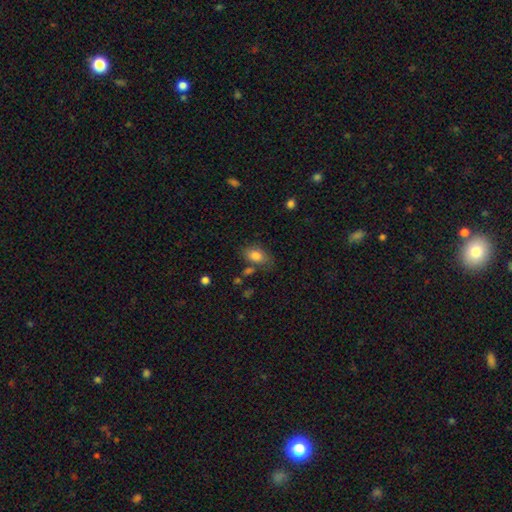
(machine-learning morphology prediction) A smooth galaxy with no disk features (82%) that is in between round and cigar-shaped (87%). Merging: none (65%).